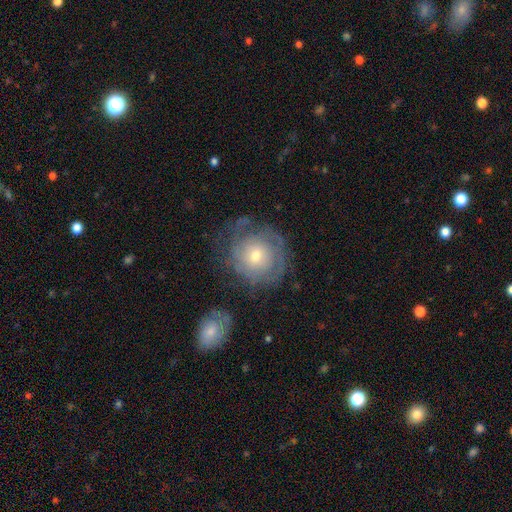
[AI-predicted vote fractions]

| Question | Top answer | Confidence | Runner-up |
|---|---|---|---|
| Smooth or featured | featured or disk | 59% | smooth (33%) |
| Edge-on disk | no | 97% | yes (3%) |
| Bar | no | 85% | weak (13%) |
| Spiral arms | yes | 72% | no (28%) |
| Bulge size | small | 53% | moderate (42%) |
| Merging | none | 62% | minor disturbance (20%) |